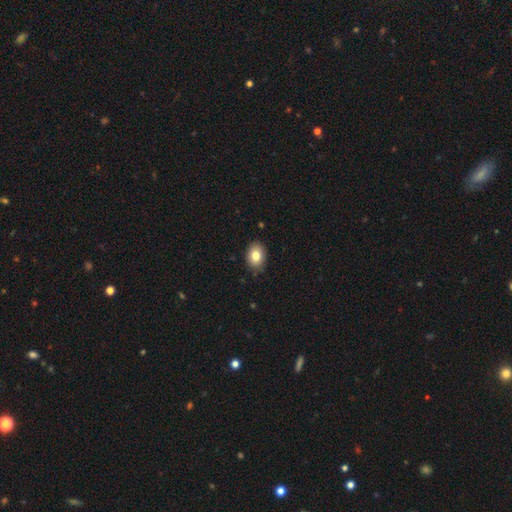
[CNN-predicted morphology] Smooth or featured? Predicted: smooth (p=0.81). How rounded? Predicted: in between (p=0.70). Merging? Predicted: none (p=0.86).